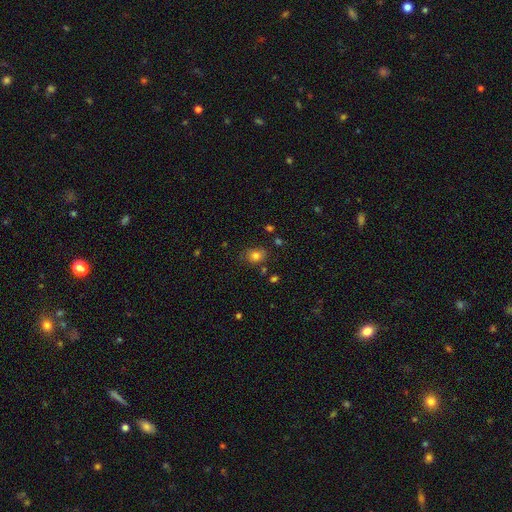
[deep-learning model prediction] Smooth or featured? Predicted: smooth (p=0.79). How rounded? Predicted: in between (p=0.51). Merging? Predicted: none (p=0.73).